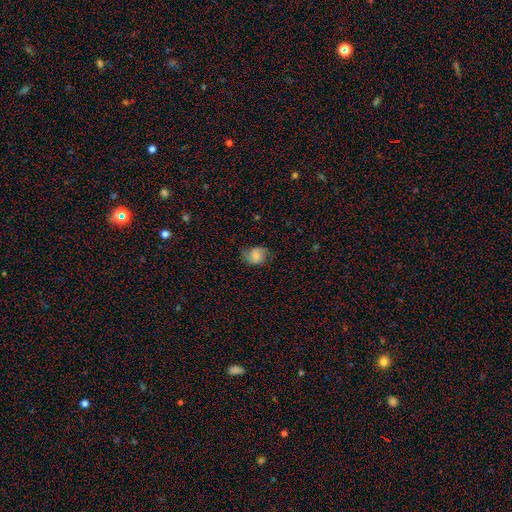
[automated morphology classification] A smooth galaxy with no disk features (58%) that is round (53%).

Vote fractions:
- Smooth or featured? smooth: 58% / featured or disk: 32% / star or artifact: 9%
- How rounded? round: 53% / in between: 46% / cigar-shaped: 1%
- Merging? none: 66% / minor disturbance: 24% / major disturbance: 8% / merger: 1%